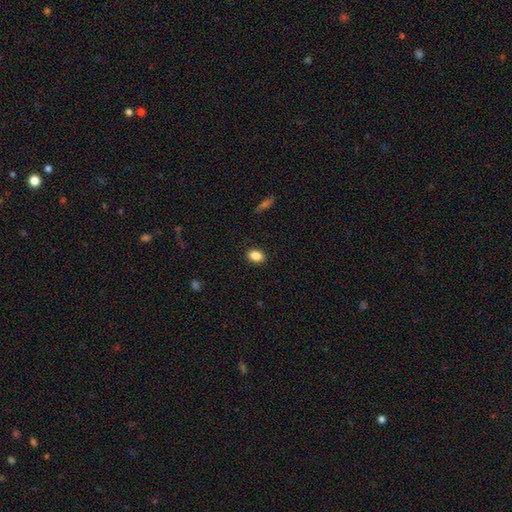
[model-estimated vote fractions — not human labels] Smooth or featured?
  - smooth: 87% *
  - star or artifact: 9%
  - featured or disk: 4%
How rounded?
  - in between: 77% *
  - round: 21%
  - cigar-shaped: 1%
Merging?
  - none: 89% *
  - minor disturbance: 8%
  - major disturbance: 2%
  - merger: 1%